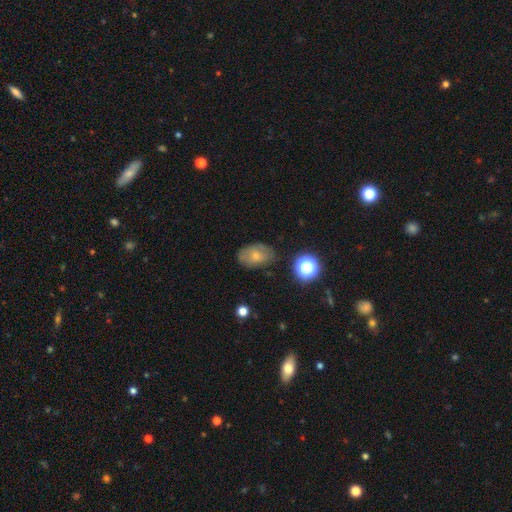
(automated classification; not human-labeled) smooth 64%, featured or disk 25%, star or artifact 12%. Down the decision tree: how rounded — in between (81%); merging — none (66%).